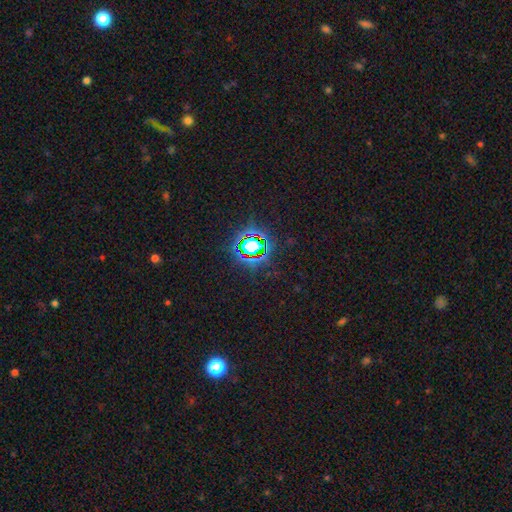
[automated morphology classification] This is clearly a star or artifact rather than a galaxy (81%).